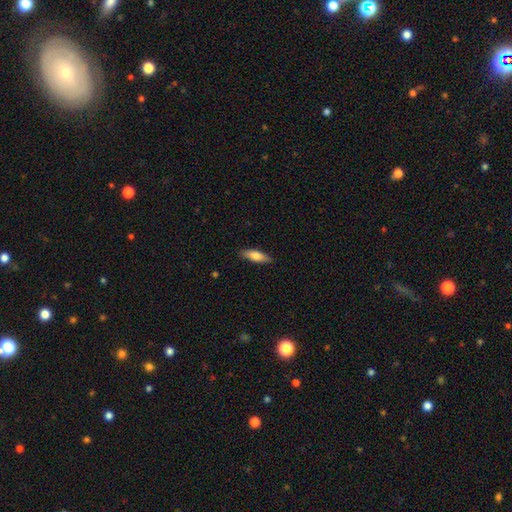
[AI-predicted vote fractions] smooth_or_featured: smooth (p=0.71) [alt: featured or disk p=0.23]
how_rounded: in between (p=0.49) [tied with: cigar-shaped p=0.49]
merging: none (p=0.88) [alt: minor disturbance p=0.09]